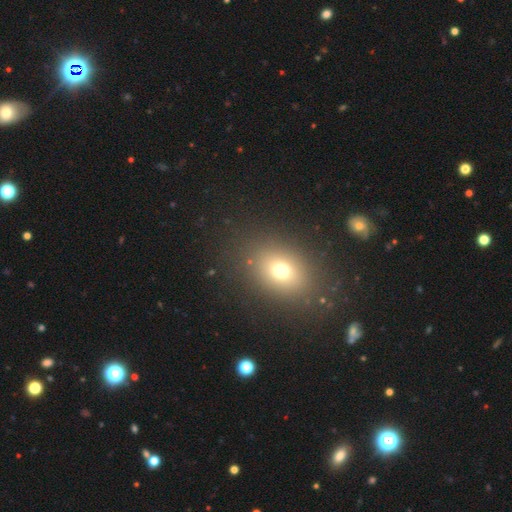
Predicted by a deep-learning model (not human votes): Smooth or featured? smooth (65%)
How rounded? in between (65%)
Merging? none (87%)